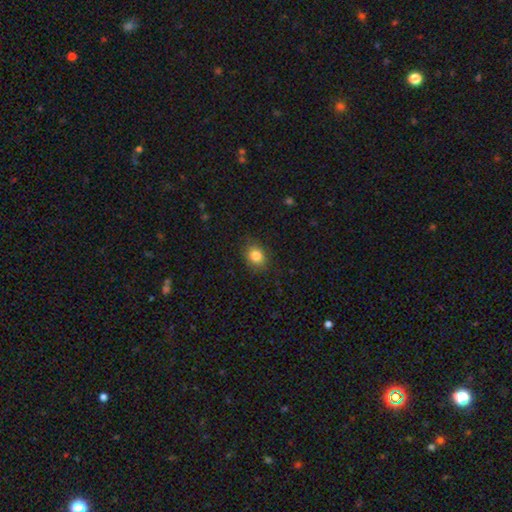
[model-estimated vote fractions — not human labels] The model was most divided on "how rounded": round: 52%, in between: 47%, cigar-shaped: 1%. More confident: merging — none (86%); smooth or featured — smooth (83%).